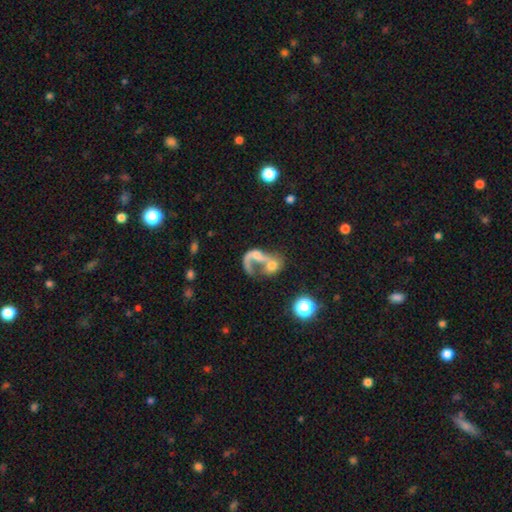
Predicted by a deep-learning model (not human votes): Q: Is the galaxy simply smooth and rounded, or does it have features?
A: featured or disk — 56%.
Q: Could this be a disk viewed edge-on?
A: no — 96%.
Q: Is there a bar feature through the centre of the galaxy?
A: no — 71%.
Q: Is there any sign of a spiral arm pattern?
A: yes — 55%.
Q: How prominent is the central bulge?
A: moderate — 31%.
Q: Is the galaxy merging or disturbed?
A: merger — 64%.